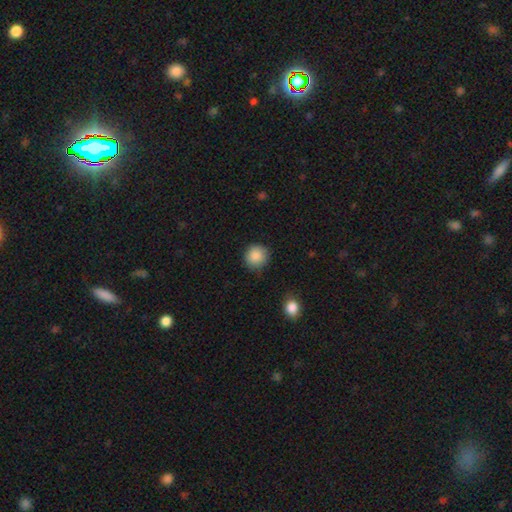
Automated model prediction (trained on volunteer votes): The model was most divided on "merging": none: 85%, minor disturbance: 11%, major disturbance: 3%, merger: 1%. More confident: how rounded — round (92%); smooth or featured — smooth (88%).